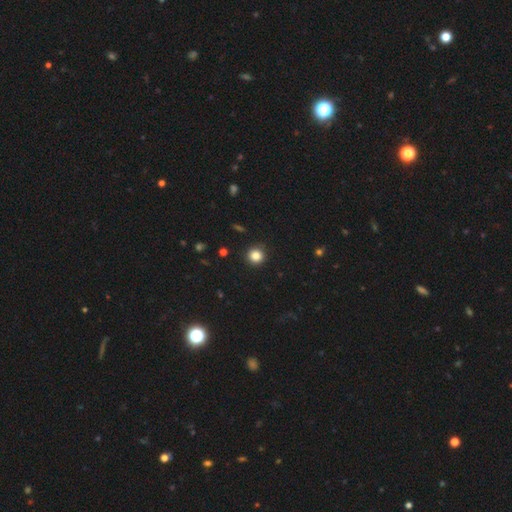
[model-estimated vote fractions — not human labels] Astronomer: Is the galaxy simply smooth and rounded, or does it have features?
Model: smooth — 83%.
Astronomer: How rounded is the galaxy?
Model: round — 94%.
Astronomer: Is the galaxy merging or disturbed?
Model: none — 91%.